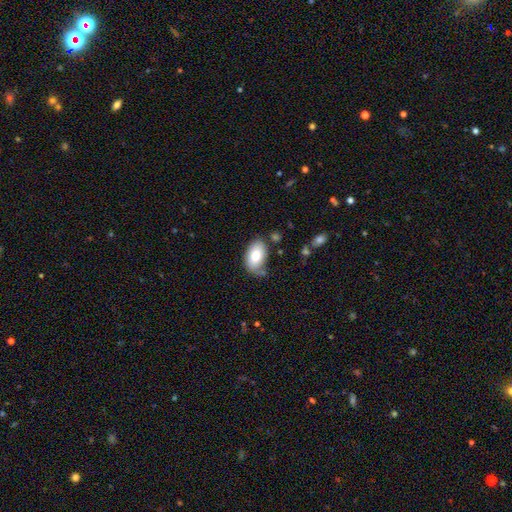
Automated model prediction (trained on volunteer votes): Smooth or featured? smooth (78%)
How rounded? in between (92%)
Merging? none (60%)